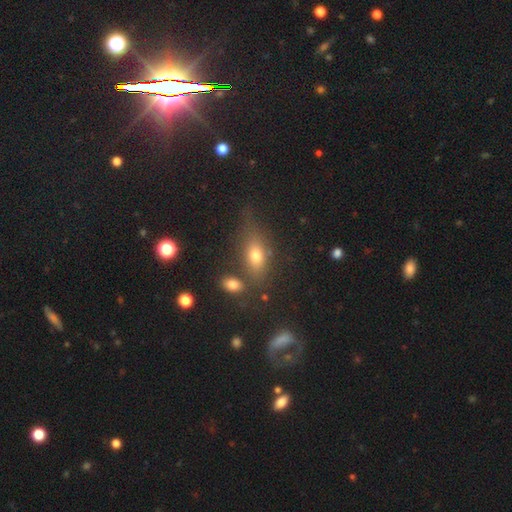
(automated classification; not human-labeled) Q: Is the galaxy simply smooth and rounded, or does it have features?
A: smooth — 64%.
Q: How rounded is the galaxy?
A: in between — 74%.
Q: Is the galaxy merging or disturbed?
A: none — 64%.